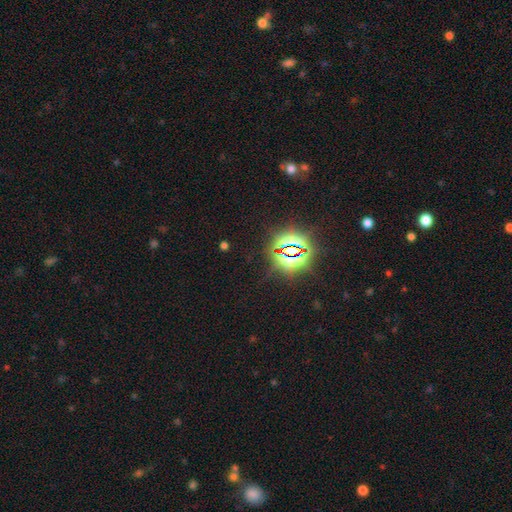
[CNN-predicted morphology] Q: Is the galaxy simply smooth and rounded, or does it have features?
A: star or artifact — 83%.